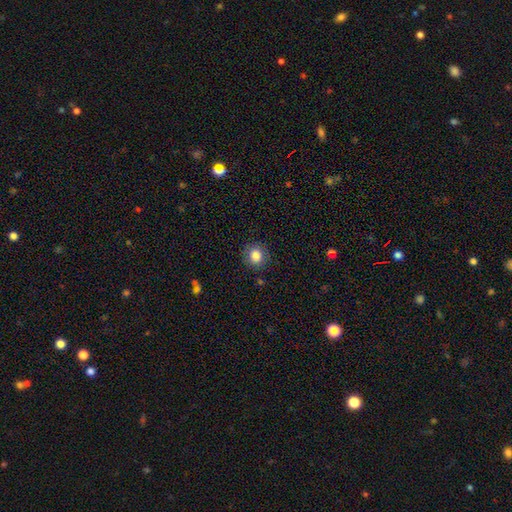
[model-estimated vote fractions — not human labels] This appears to be a smooth galaxy with no disk features (84%) that is round (83%). Merging: none (86%).